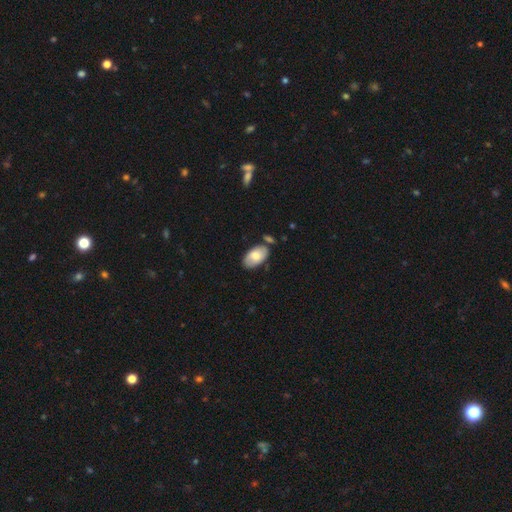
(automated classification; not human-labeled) smooth_or_featured: smooth (p=0.71) [alt: featured or disk p=0.23]
how_rounded: in between (p=0.95) [alt: round p=0.04]
merging: none (p=0.69) [alt: minor disturbance p=0.18]